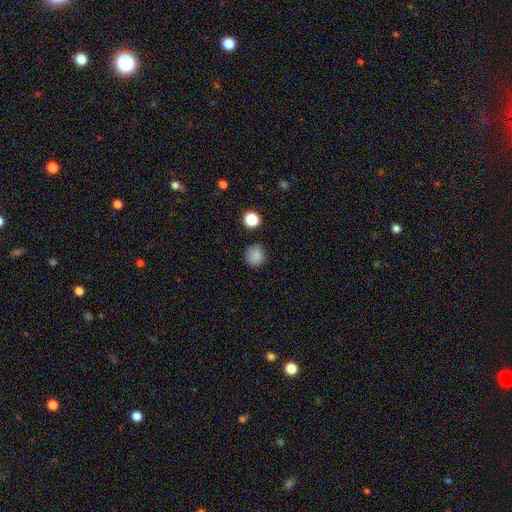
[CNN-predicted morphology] Smooth or featured: smooth — 84% (star or artifact — 12%)
How rounded: round — 87% (in between — 12%)
Merging: none — 85% (minor disturbance — 10%)